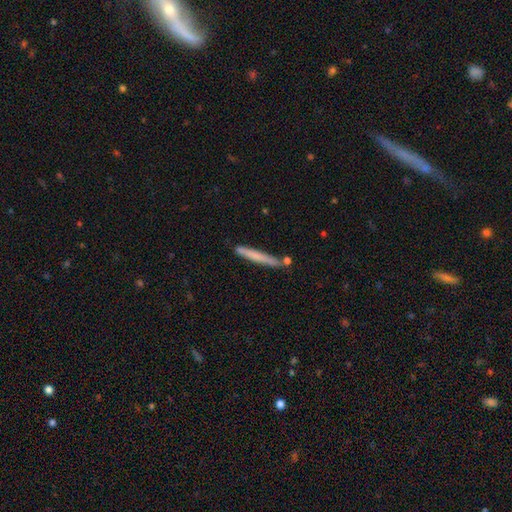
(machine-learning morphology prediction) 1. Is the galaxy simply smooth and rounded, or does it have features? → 67% smooth, 27% featured or disk, 6% star or artifact.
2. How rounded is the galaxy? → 96% cigar-shaped, 2% in between, 1% round.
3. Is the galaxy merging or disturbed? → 81% none, 12% minor disturbance, 5% merger, 2% major disturbance.